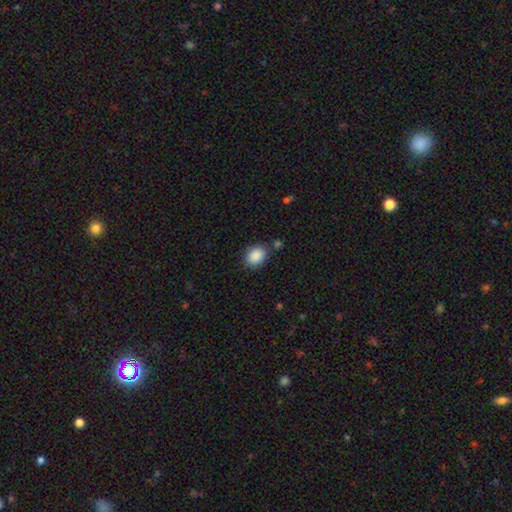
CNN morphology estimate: The model was most divided on "how rounded": in between: 69%, round: 30%, cigar-shaped: 1%. More confident: smooth or featured — smooth (89%); merging — none (80%).